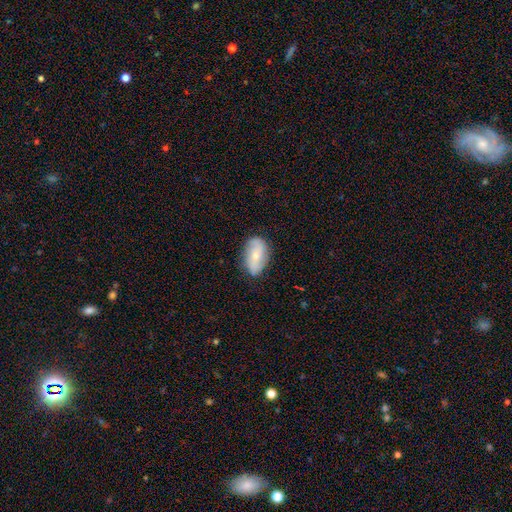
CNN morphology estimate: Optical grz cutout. It shows a smooth galaxy with no disk features (47%). Merging: none (76%).